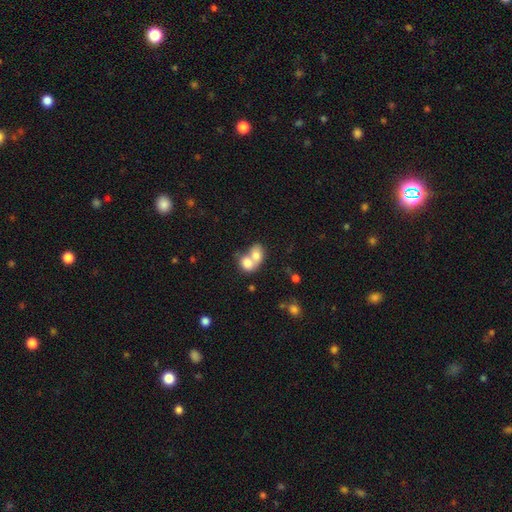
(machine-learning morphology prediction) A smooth galaxy with no disk features (74%) that is in between round and cigar-shaped (61%). Merging: merger (77%).